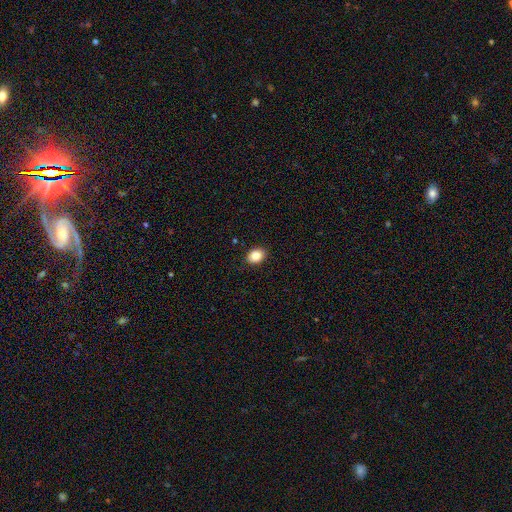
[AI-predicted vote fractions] A smooth galaxy with no disk features (87%) that is in between round and cigar-shaped (66%). Merging: none (89%).